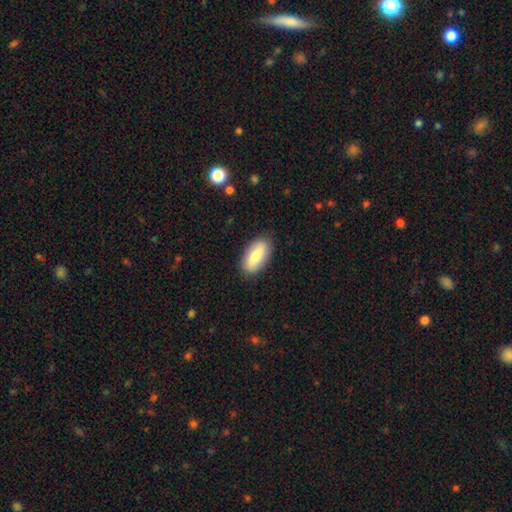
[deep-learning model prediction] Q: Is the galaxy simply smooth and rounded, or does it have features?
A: smooth — 73%.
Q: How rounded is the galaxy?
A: in between — 89%.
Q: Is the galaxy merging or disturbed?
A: none — 86%.